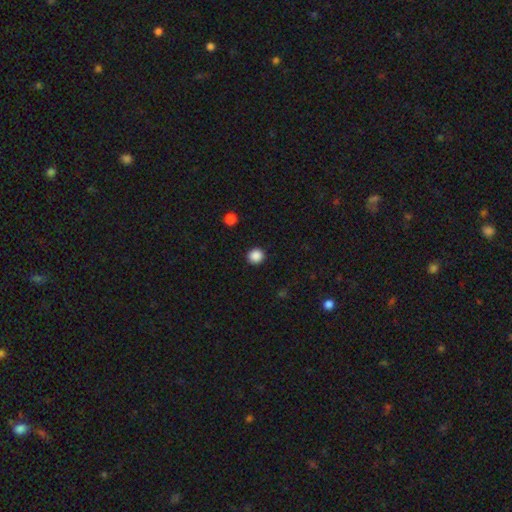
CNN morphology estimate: This is clearly a smooth galaxy (88%). How rounded: clearly round (93%). Merging: clearly none (92%).